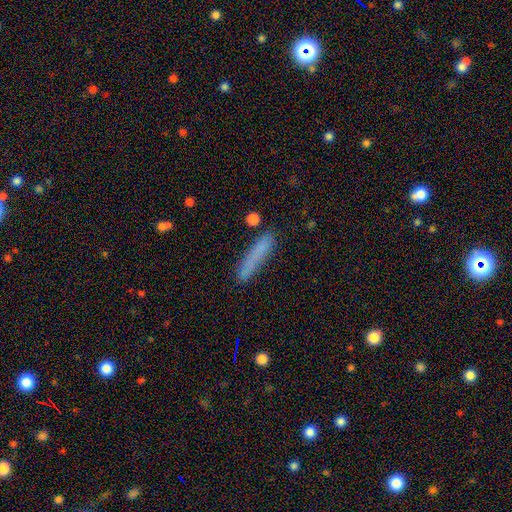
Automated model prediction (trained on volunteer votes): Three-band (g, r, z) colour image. It shows a smooth galaxy with no disk features (78%) that is cigar-shaped (91%). Merging: none (81%).